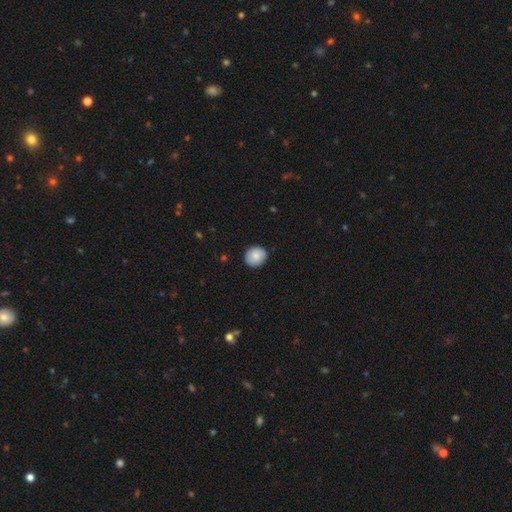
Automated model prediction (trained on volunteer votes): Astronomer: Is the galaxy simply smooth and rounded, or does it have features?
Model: smooth — 85%.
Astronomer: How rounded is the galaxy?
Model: round — 82%.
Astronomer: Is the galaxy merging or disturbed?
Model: none — 89%.